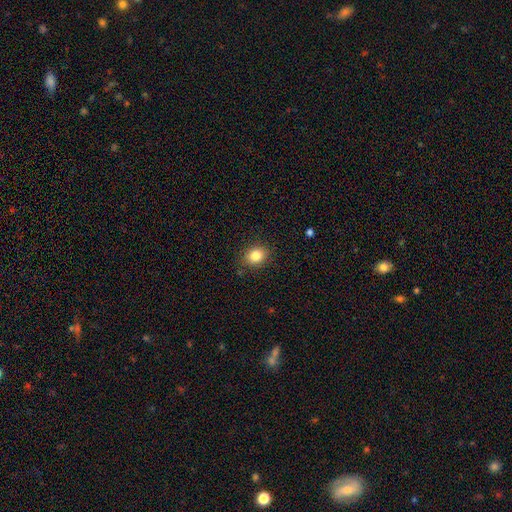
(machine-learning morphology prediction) The model was most divided on "how rounded": in between: 50%, round: 49%, cigar-shaped: 1%. More confident: merging — none (86%); smooth or featured — smooth (84%).